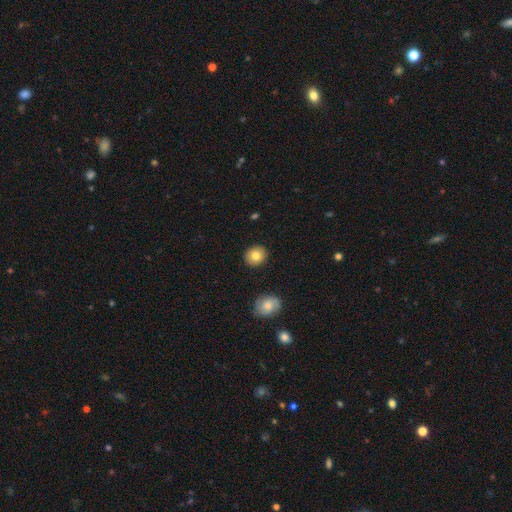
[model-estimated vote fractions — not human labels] Smooth or featured? smooth (81%)
How rounded? round (81%)
Merging? none (90%)